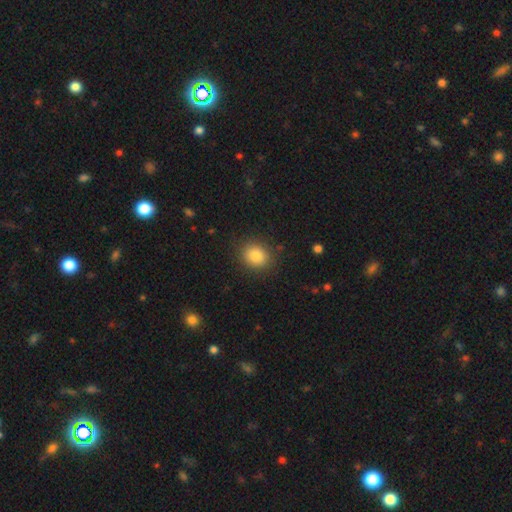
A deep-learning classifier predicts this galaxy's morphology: smooth-or-featured: smooth: 84% | star or artifact: 10% | featured or disk: 6%
  how-rounded: round: 64% | in between: 35% | cigar-shaped: 1%
  merging: none: 86% | minor disturbance: 10% | major disturbance: 3% | merger: 1%